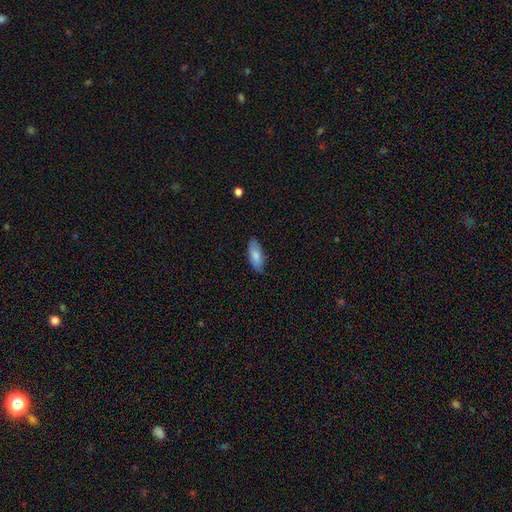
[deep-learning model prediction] Q: Smooth or featured?
A: smooth (82%); runner-up: featured or disk (12%)
Q: How rounded?
A: in between (80%); runner-up: cigar-shaped (18%)
Q: Merging?
A: none (82%); runner-up: minor disturbance (15%)